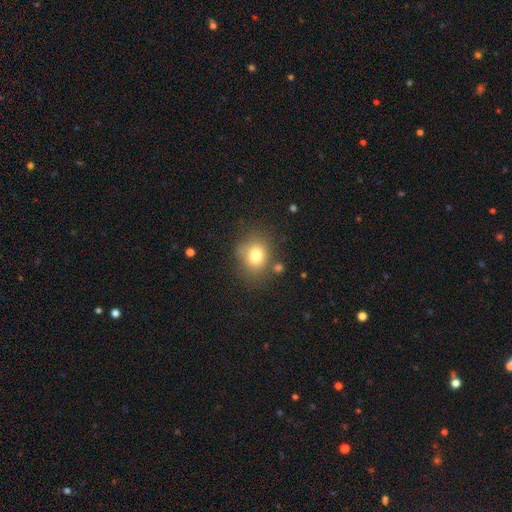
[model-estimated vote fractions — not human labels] A smooth galaxy with no disk features (76%) that is round (66%). Merging: none (71%).